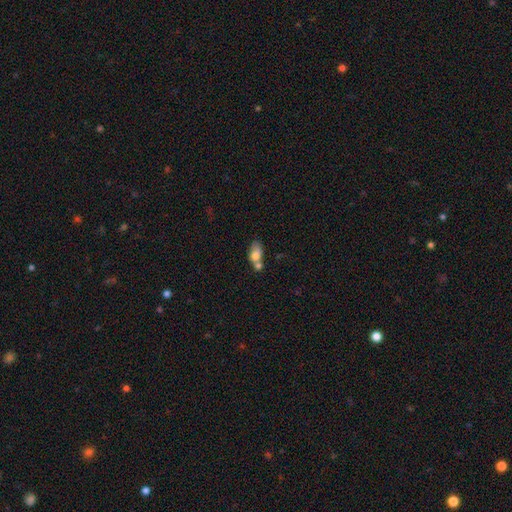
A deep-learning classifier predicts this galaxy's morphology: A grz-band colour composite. It shows a smooth galaxy with no disk features (74%) that is in between round and cigar-shaped (81%). Merging: merger (54%).